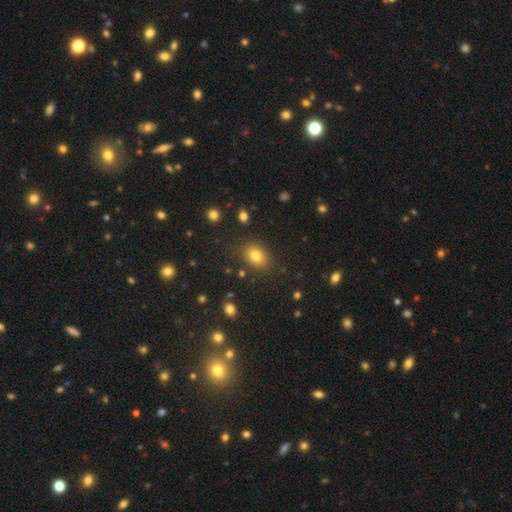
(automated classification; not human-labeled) smooth_or_featured: smooth (p=0.79) [alt: star or artifact p=0.12]
how_rounded: in between (p=0.71) [alt: round p=0.27]
merging: none (p=0.84) [alt: minor disturbance p=0.10]